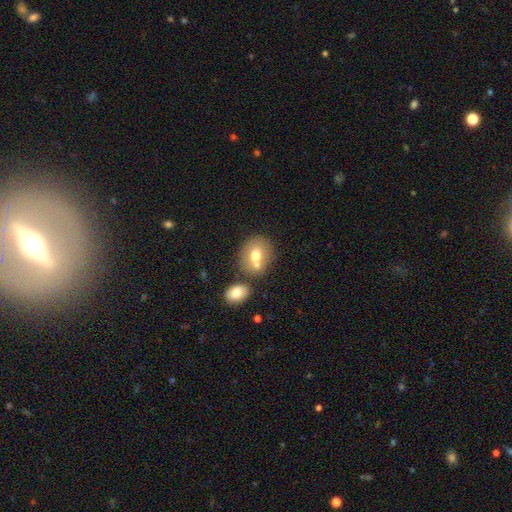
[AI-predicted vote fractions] This is likely a smooth galaxy (68%). How rounded: possibly round (59%). Merging: possibly none (48%).